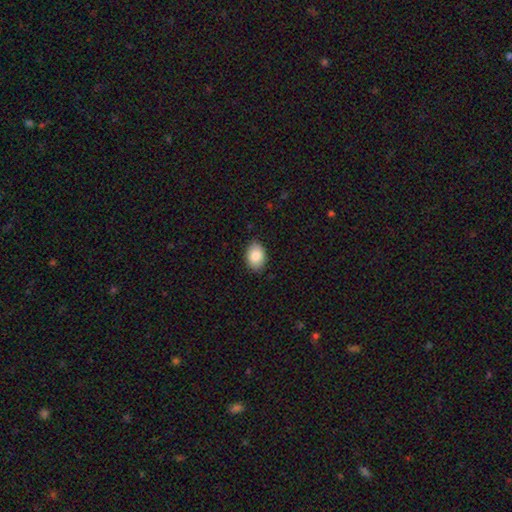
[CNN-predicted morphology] smooth 85%, featured or disk 7%, star or artifact 7%. Down the decision tree: how rounded — in between (81%); merging — none (86%).